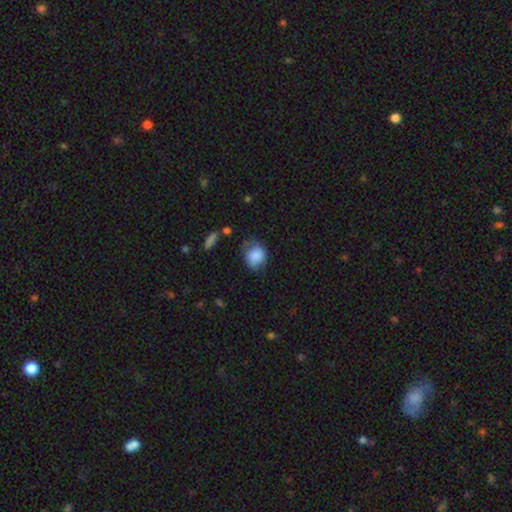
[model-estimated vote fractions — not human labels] A smooth galaxy with no disk features (80%) that is round (64%). Merging: none (52%).